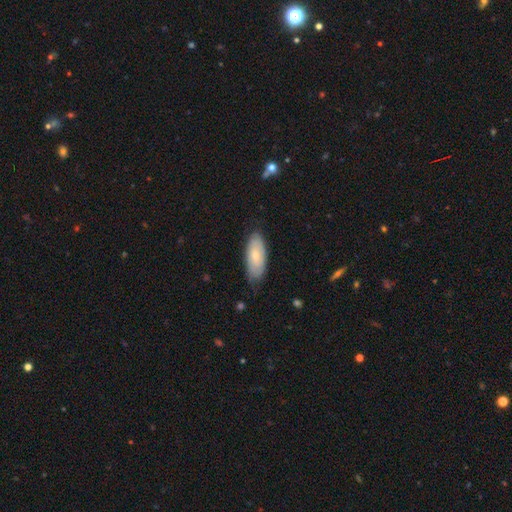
Morphology: type=smooth (74%); roundness=in between (86%); merging=none (55%).